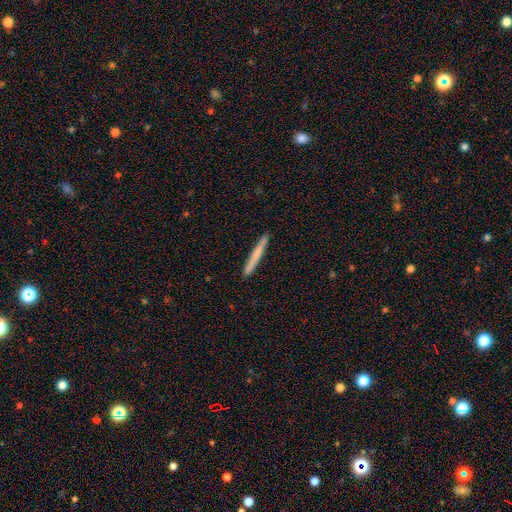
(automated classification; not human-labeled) This is likely a smooth galaxy (66%). How rounded: clearly cigar-shaped (97%). Merging: clearly none (91%).